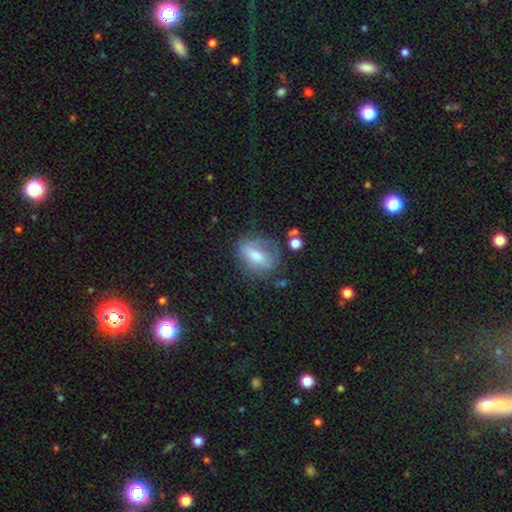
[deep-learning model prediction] Overall: smooth (45%; featured or disk 44%). Merging: none (58%; minor disturbance 25%).